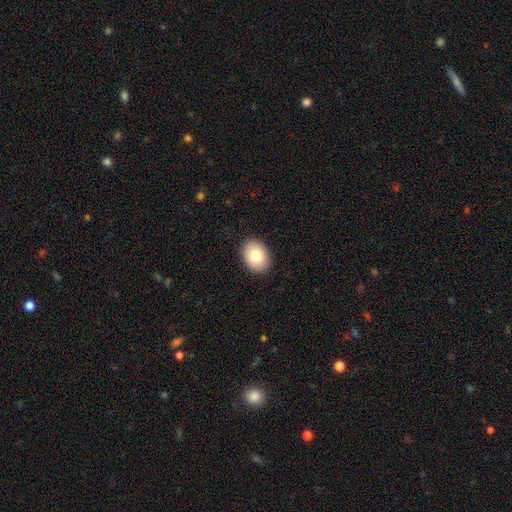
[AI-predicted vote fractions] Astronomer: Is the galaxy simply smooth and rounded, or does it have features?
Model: smooth — 80%.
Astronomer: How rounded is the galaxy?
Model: in between — 65%.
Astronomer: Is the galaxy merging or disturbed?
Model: none — 90%.